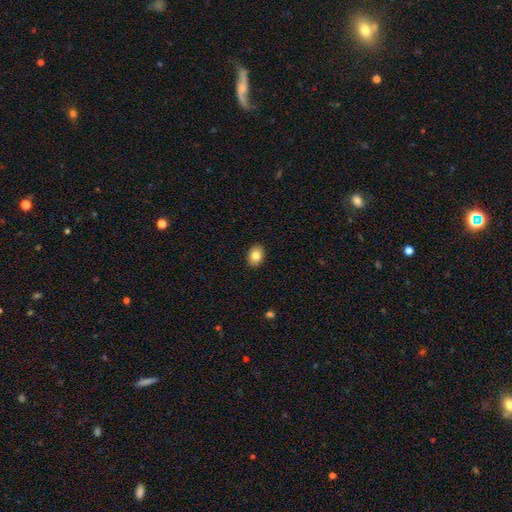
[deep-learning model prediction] A smooth galaxy with no disk features (83%) that is in between round and cigar-shaped (74%). Merging: none (90%).